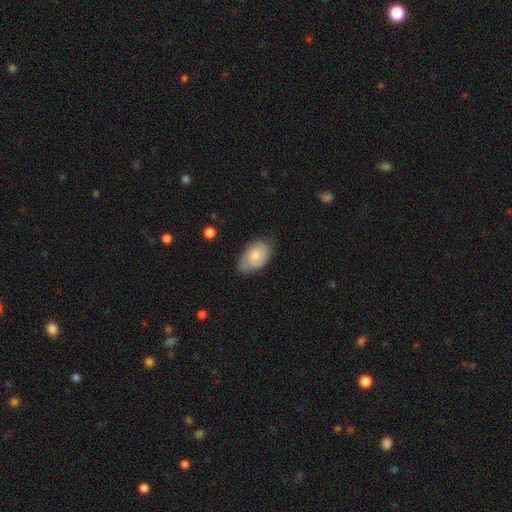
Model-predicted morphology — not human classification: This appears to be a smooth galaxy with no disk features (72%) that is in between round and cigar-shaped (92%). Merging: none (62%).